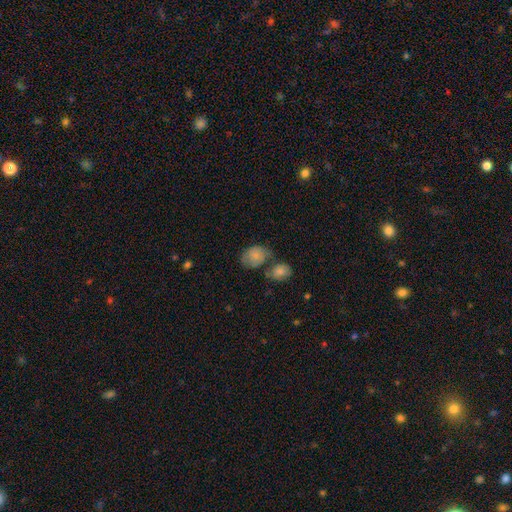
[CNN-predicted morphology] This is clearly a smooth galaxy (82%). How rounded: likely in between (60%). Merging: marginally none (40%).